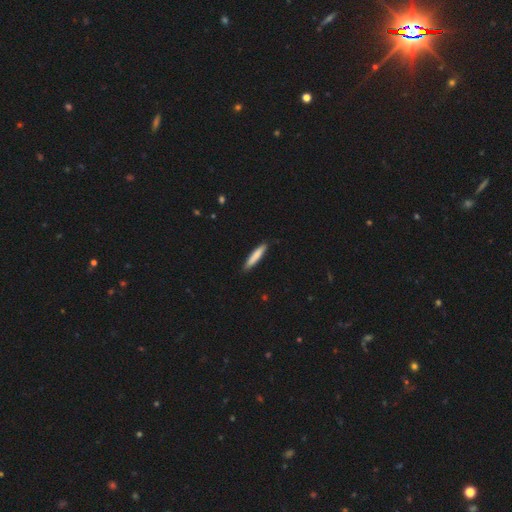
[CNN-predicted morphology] The model was most divided on "smooth or featured": smooth: 78%, featured or disk: 17%, star or artifact: 5%. More confident: how rounded — cigar-shaped (91%); merging — none (87%).